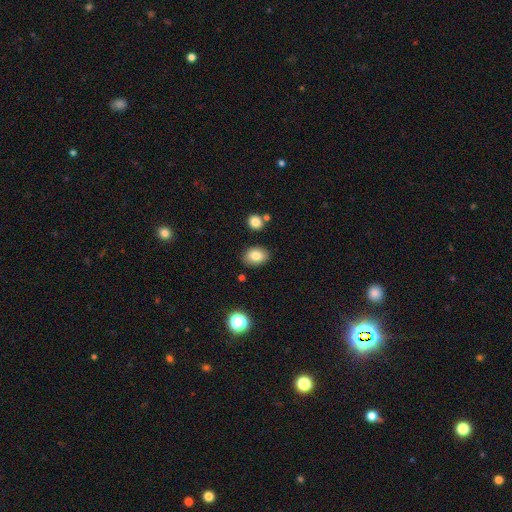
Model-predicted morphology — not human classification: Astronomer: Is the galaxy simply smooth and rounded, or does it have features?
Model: smooth — 82%.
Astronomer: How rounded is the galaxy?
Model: in between — 80%.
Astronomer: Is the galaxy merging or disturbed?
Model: none — 84%.